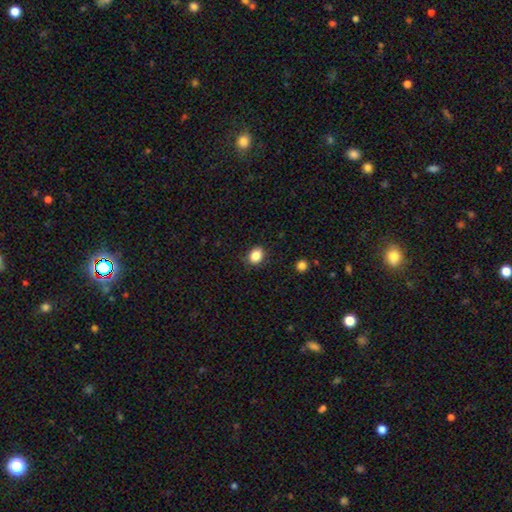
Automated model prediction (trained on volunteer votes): Smooth or featured: smooth — 86% (star or artifact — 10%)
How rounded: in between — 57% (round — 42%)
Merging: none — 85% (minor disturbance — 11%)